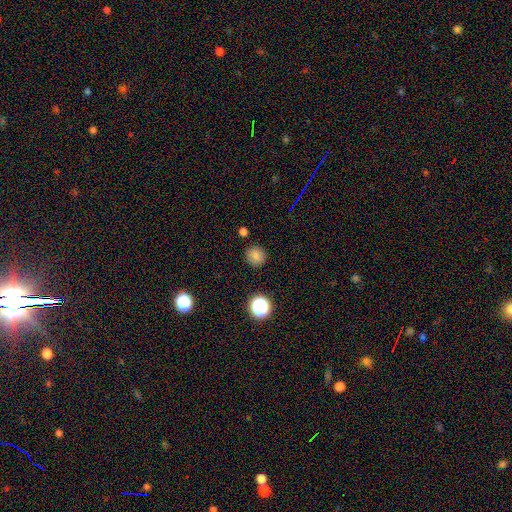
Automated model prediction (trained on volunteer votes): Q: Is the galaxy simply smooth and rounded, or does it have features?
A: smooth — 80%.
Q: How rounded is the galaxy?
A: round — 91%.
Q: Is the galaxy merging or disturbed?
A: none — 88%.